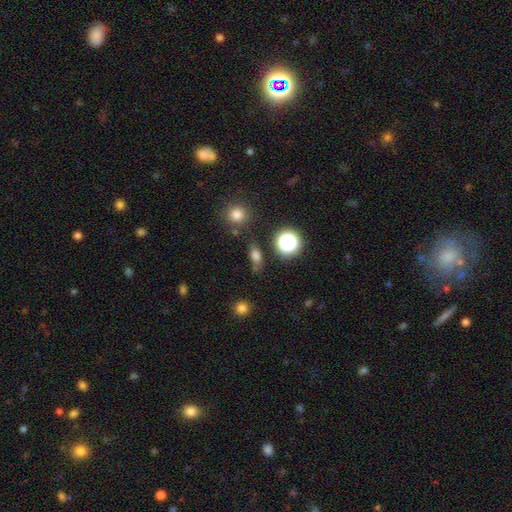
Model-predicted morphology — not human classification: smooth-or-featured: smooth: 70% | star or artifact: 18% | featured or disk: 11%
  how-rounded: in between: 60% | round: 25% | cigar-shaped: 15%
  merging: none: 70% | minor disturbance: 17% | major disturbance: 6% | merger: 6%